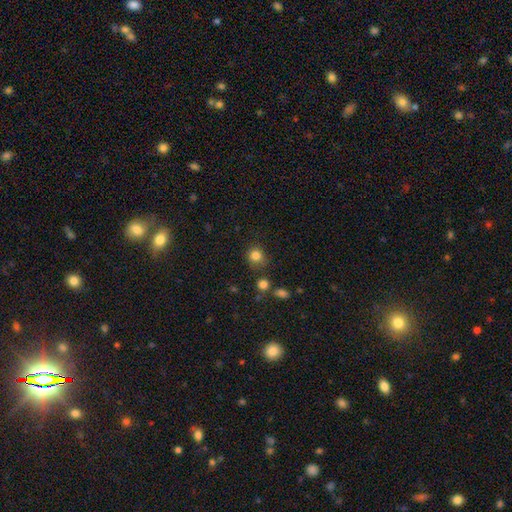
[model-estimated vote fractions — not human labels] Morphology: type=smooth (82%); roundness=round (83%); merging=none (73%).